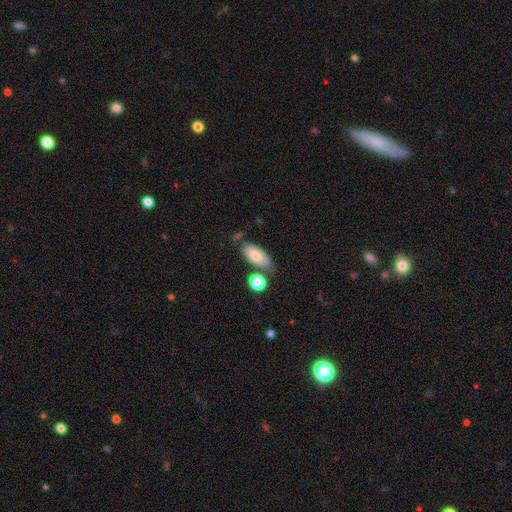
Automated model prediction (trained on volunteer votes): Smooth or featured? smooth (74%)
How rounded? in between (90%)
Merging? none (62%)